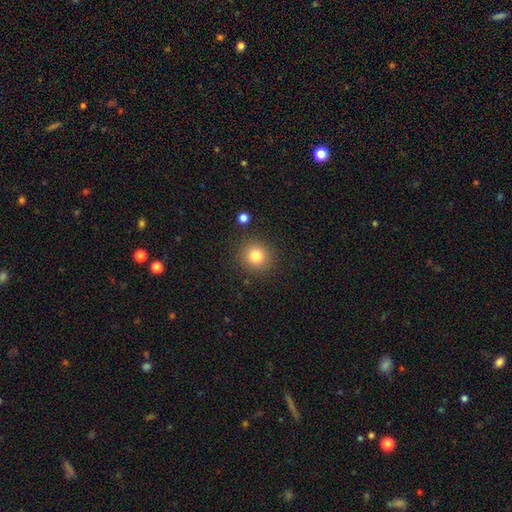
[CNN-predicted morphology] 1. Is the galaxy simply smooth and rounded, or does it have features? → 81% smooth, 12% star or artifact, 7% featured or disk.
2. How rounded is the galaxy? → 93% round, 6% in between, 1% cigar-shaped.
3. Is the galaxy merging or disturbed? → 88% none, 7% minor disturbance, 3% major disturbance, 2% merger.